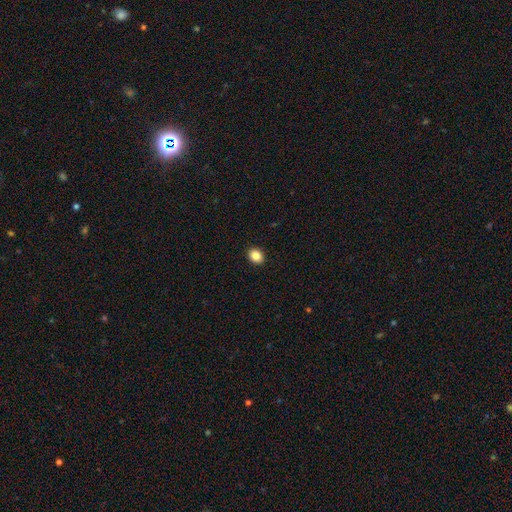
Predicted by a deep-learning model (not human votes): Smooth or featured? Predicted: smooth (p=0.86). How rounded? Predicted: round (p=0.54). Merging? Predicted: none (p=0.92).